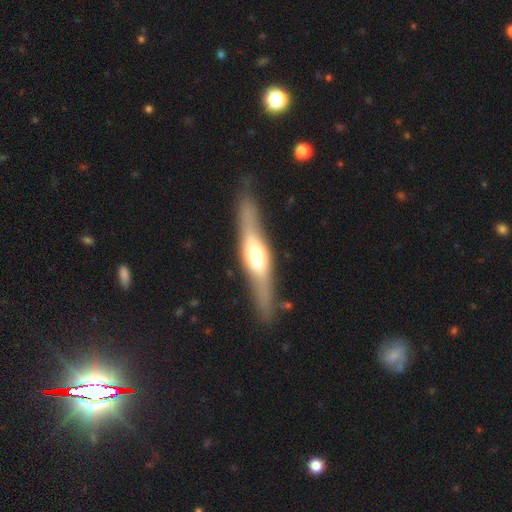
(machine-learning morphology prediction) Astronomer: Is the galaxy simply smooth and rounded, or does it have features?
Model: featured or disk — 67%.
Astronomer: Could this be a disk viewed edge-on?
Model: yes — 87%.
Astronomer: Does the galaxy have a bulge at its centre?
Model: rounded — 83%.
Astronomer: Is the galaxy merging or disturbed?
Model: none — 78%.